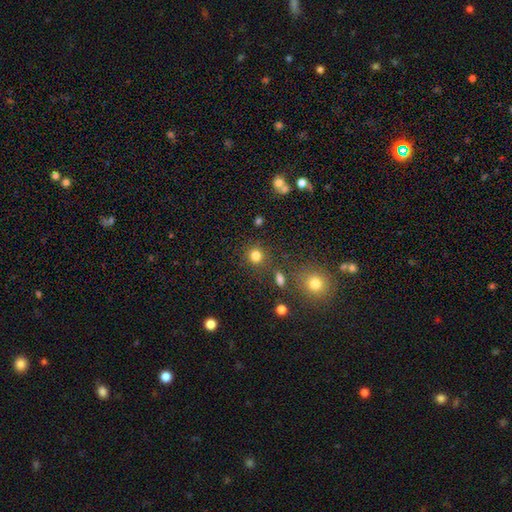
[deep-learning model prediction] Q: Smooth or featured?
A: smooth (80%); runner-up: star or artifact (14%)
Q: How rounded?
A: round (89%); runner-up: in between (10%)
Q: Merging?
A: none (81%); runner-up: minor disturbance (9%)